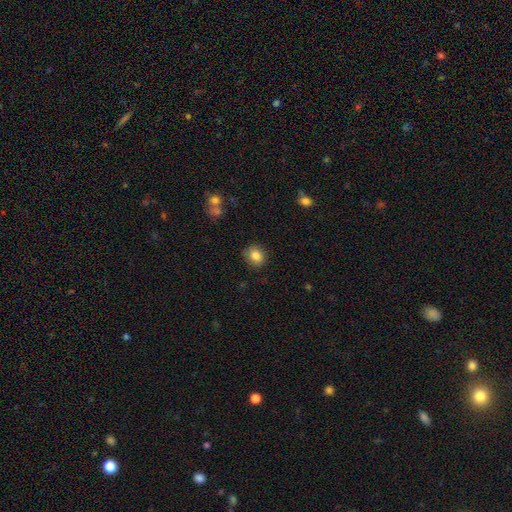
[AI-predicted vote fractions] smooth_or_featured: smooth (p=0.85) [alt: star or artifact p=0.09]
how_rounded: round (p=0.70) [alt: in between p=0.29]
merging: none (p=0.87) [alt: minor disturbance p=0.09]